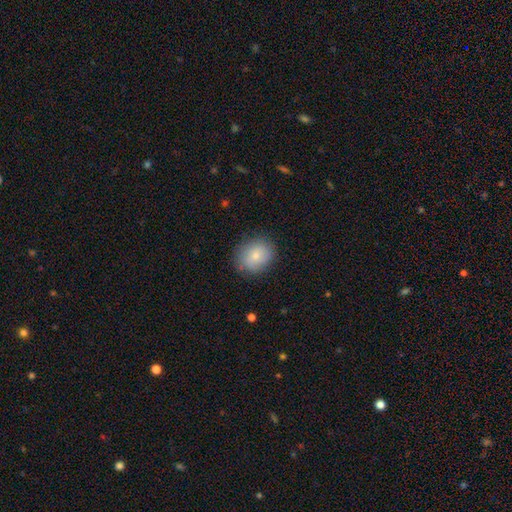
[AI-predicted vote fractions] Q: Smooth or featured?
A: smooth (80%); runner-up: featured or disk (12%)
Q: How rounded?
A: round (63%); runner-up: in between (36%)
Q: Merging?
A: none (81%); runner-up: minor disturbance (14%)